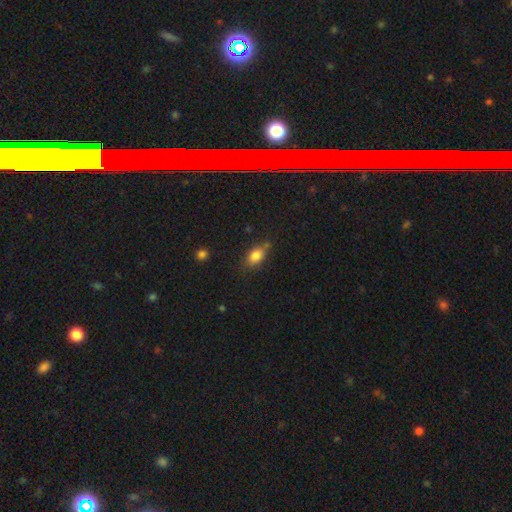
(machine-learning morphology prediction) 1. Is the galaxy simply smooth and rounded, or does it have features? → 82% smooth, 9% star or artifact, 8% featured or disk.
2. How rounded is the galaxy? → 81% in between, 16% round, 4% cigar-shaped.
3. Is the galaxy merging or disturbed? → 67% none, 23% minor disturbance, 5% major disturbance, 5% merger.